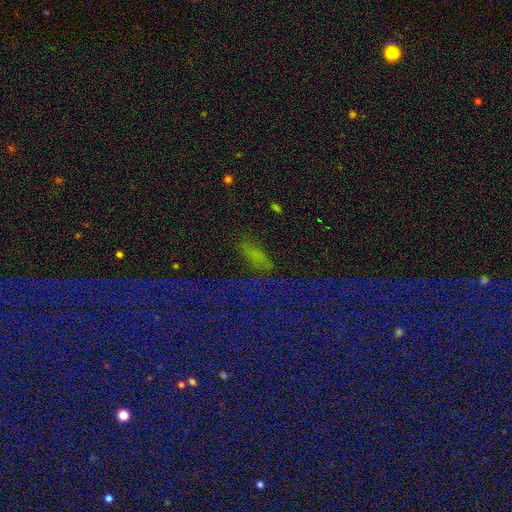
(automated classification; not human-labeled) Overall: star or artifact (46%; smooth 39%).